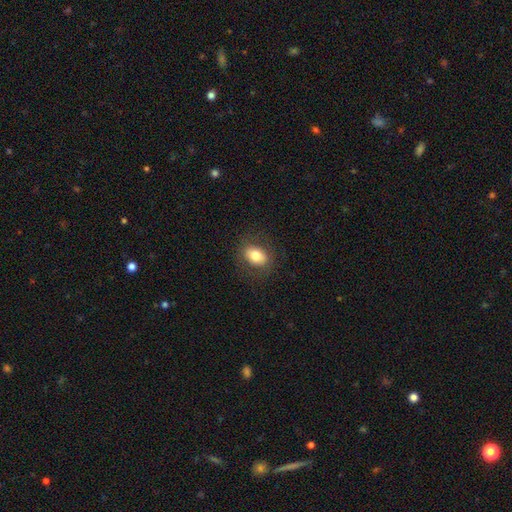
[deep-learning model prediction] smooth-or-featured: smooth: 77% | featured or disk: 14% | star or artifact: 9%
  how-rounded: in between: 67% | round: 31% | cigar-shaped: 1%
  merging: none: 84% | minor disturbance: 11% | major disturbance: 5% | merger: 1%